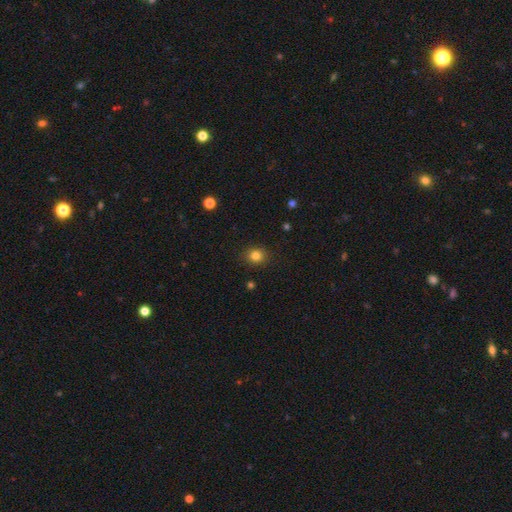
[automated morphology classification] The model was most divided on "how rounded": round: 76%, in between: 24%, cigar-shaped: 1%. More confident: merging — none (90%); smooth or featured — smooth (82%).